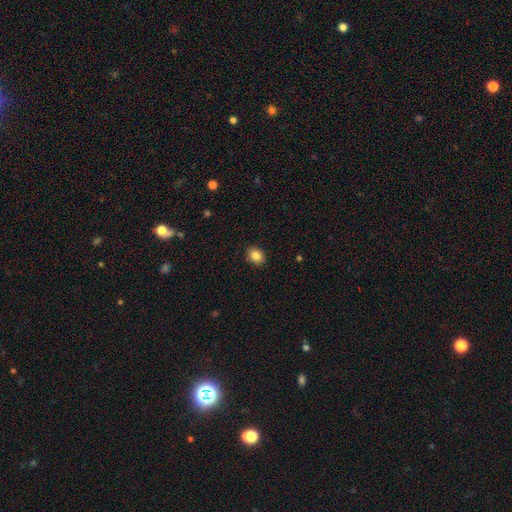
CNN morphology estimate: type=smooth (84%); roundness=in between (50%, tied with round); merging=none (90%).